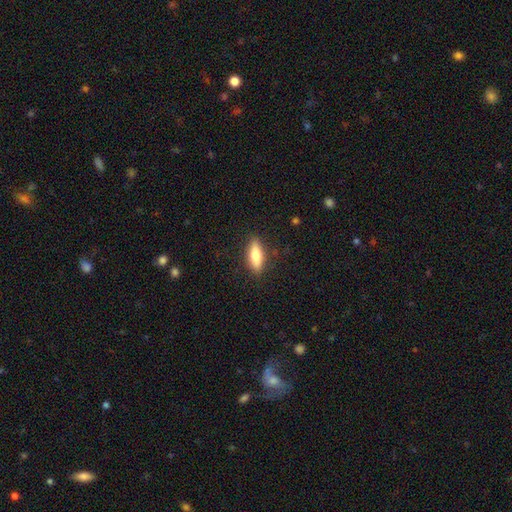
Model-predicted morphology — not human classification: Smooth or featured?
  - smooth: 68% *
  - featured or disk: 25%
  - star or artifact: 6%
How rounded?
  - in between: 53% *
  - cigar-shaped: 44%
  - round: 3%
Merging?
  - none: 87% *
  - minor disturbance: 10%
  - major disturbance: 2%
  - merger: 1%